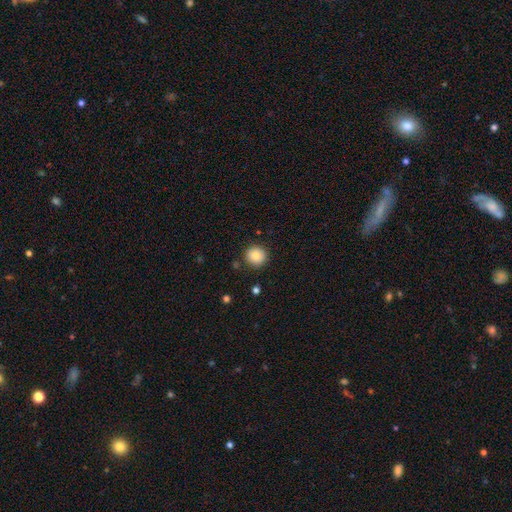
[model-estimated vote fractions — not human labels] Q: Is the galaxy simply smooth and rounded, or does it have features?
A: smooth — 84%.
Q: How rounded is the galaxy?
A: round — 94%.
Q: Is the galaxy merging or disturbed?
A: none — 89%.